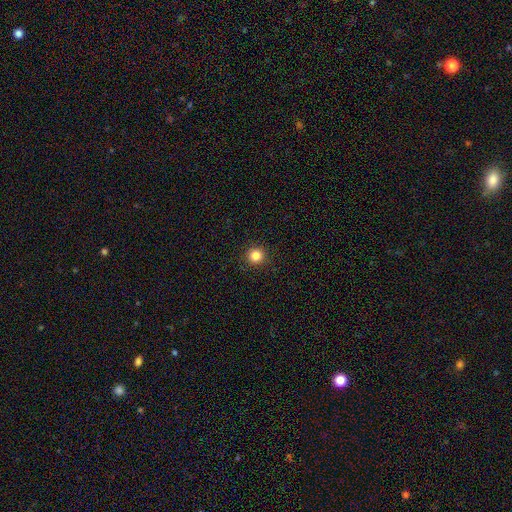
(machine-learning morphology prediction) Smooth or featured? smooth (84%)
How rounded? round (95%)
Merging? none (93%)